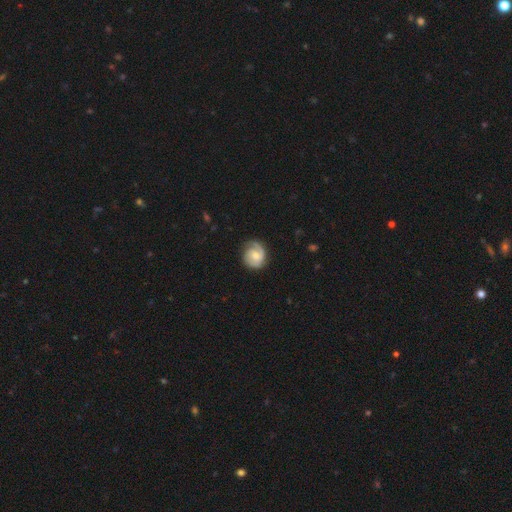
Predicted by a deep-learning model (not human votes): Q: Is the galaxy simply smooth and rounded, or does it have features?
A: featured or disk — 75%.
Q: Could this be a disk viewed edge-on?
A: no — 98%.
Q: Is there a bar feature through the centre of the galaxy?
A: no — 54%.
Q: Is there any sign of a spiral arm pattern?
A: yes — 95%.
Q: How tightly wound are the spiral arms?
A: tight — 51%.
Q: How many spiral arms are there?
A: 2 — 68%.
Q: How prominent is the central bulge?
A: moderate — 48%.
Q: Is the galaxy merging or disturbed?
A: none — 74%.